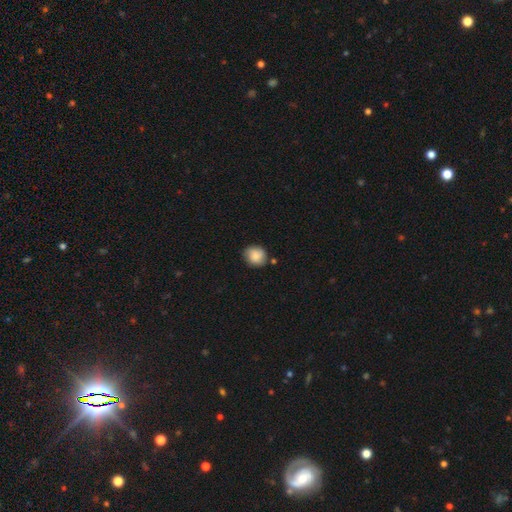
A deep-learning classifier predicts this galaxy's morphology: smooth 82%, featured or disk 10%, star or artifact 8%. Down the decision tree: how rounded — round (76%); merging — none (75%).